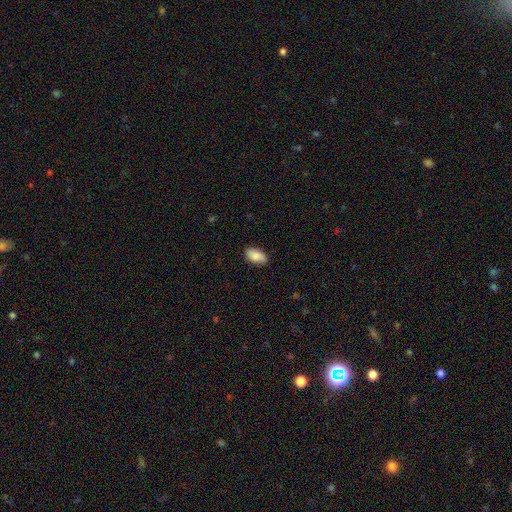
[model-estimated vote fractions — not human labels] The model was most divided on "merging": none: 85%, minor disturbance: 11%, major disturbance: 2%, merger: 1%. More confident: how rounded — in between (94%); smooth or featured — smooth (86%).